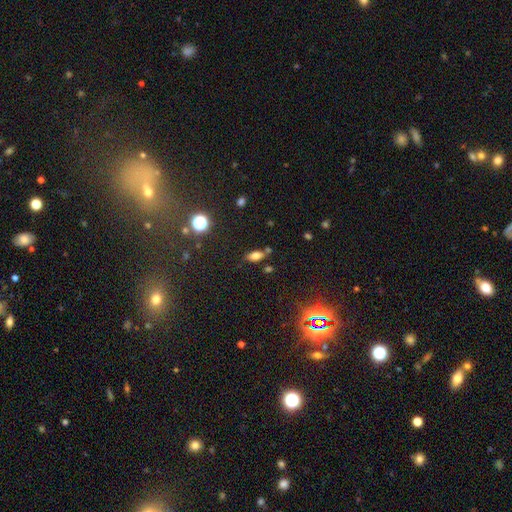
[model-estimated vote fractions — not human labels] Q: Smooth or featured?
A: smooth (69%); runner-up: featured or disk (16%)
Q: How rounded?
A: in between (83%); runner-up: cigar-shaped (11%)
Q: Merging?
A: none (73%); runner-up: minor disturbance (14%)